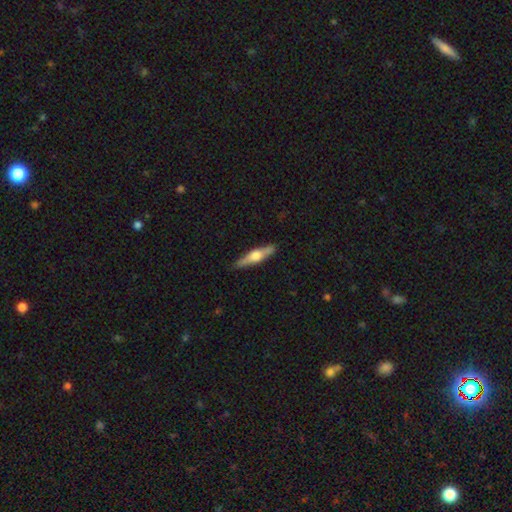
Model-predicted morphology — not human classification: Q: Smooth or featured?
A: featured or disk (62%); runner-up: smooth (33%)
Q: Edge-on disk?
A: yes (96%); runner-up: no (4%)
Q: Edge-on bulge?
A: rounded (92%); runner-up: boxy (5%)
Q: Merging?
A: none (89%); runner-up: minor disturbance (9%)